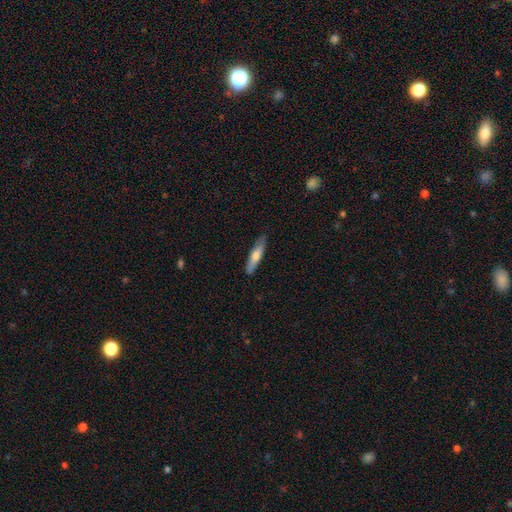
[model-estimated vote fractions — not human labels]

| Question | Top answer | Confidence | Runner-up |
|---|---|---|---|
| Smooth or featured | smooth | 60% | featured or disk (34%) |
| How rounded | cigar-shaped | 80% | in between (18%) |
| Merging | none | 87% | minor disturbance (10%) |